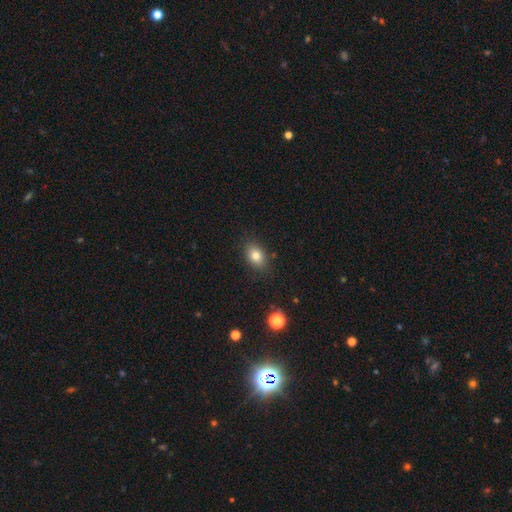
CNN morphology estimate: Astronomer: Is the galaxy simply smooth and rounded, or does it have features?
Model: smooth — 80%.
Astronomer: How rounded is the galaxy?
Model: in between — 78%.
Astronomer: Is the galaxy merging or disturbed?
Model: none — 84%.